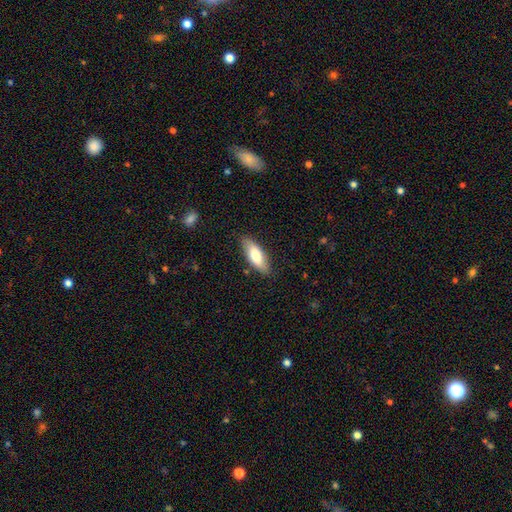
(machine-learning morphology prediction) A smooth galaxy with no disk features (75%) that is in between round and cigar-shaped (68%).

Vote fractions:
- Smooth or featured? smooth: 75% / featured or disk: 19% / star or artifact: 6%
- How rounded? in between: 68% / cigar-shaped: 30% / round: 2%
- Merging? none: 82% / minor disturbance: 14% / major disturbance: 3% / merger: 1%